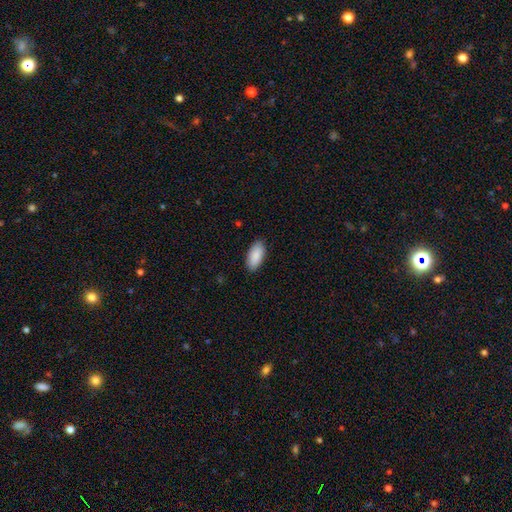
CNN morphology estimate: A smooth galaxy with no disk features (90%) that is in between round and cigar-shaped (92%).

Vote fractions:
- Smooth or featured? smooth: 90% / star or artifact: 6% / featured or disk: 5%
- How rounded? in between: 92% / cigar-shaped: 7% / round: 2%
- Merging? none: 87% / minor disturbance: 10% / major disturbance: 2% / merger: 1%